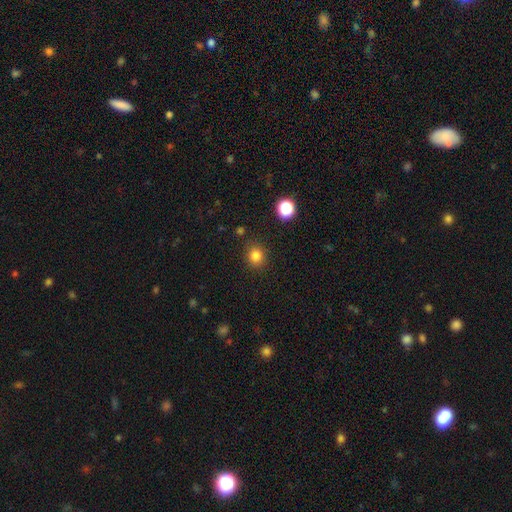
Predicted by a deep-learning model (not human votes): smooth 83%, star or artifact 13%, featured or disk 4%. Down the decision tree: how rounded — round (80%); merging — none (86%).